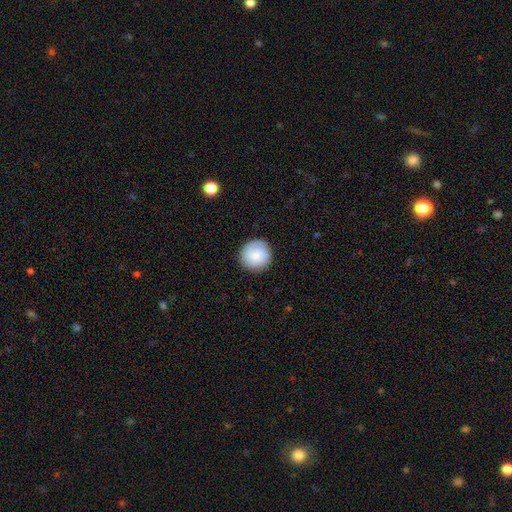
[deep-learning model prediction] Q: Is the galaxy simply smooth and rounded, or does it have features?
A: smooth — 60%.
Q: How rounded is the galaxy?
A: round — 94%.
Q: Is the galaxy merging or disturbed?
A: none — 87%.